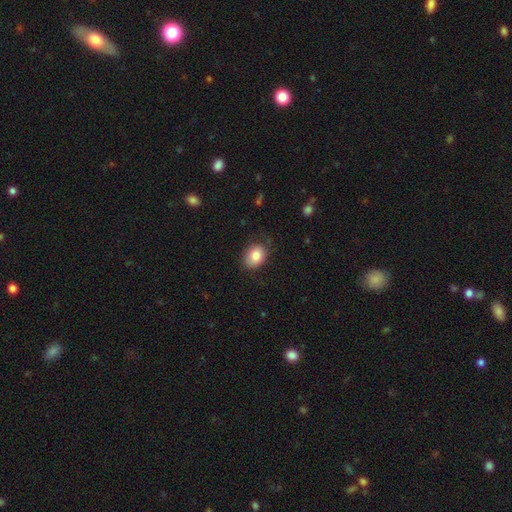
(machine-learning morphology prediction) Smooth or featured? smooth (83%)
How rounded? in between (63%)
Merging? none (72%)